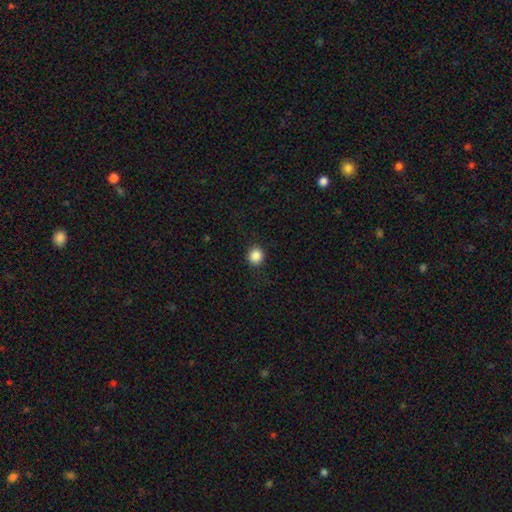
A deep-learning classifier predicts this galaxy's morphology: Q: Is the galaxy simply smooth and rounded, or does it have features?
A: smooth — 87%.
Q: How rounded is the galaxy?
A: round — 90%.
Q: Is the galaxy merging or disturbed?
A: none — 91%.